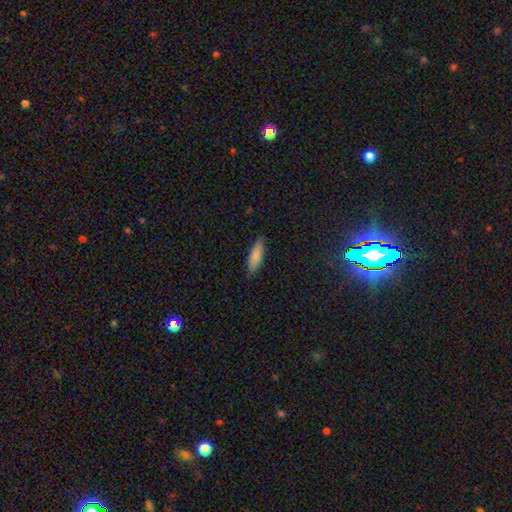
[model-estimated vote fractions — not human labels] Smooth or featured: smooth — 85% (featured or disk — 9%)
How rounded: in between — 57% (cigar-shaped — 41%)
Merging: none — 80% (minor disturbance — 17%)